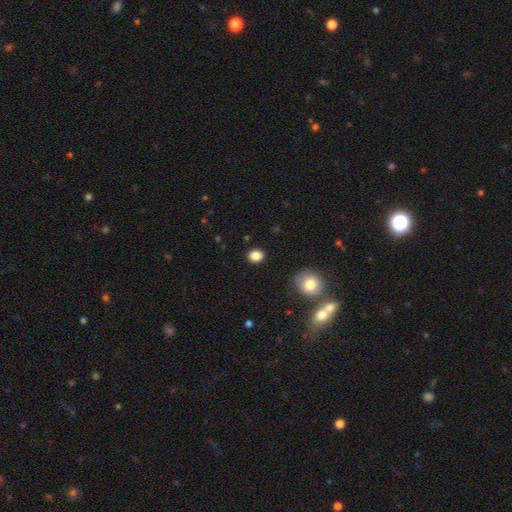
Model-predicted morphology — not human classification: A smooth galaxy with no disk features (86%) that is round (59%). Merging: none (89%).